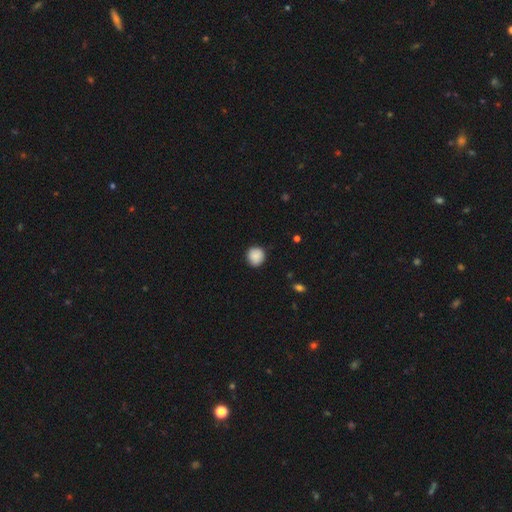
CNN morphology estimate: Q: Smooth or featured?
A: smooth (88%); runner-up: star or artifact (8%)
Q: How rounded?
A: round (91%); runner-up: in between (8%)
Q: Merging?
A: none (87%); runner-up: minor disturbance (10%)